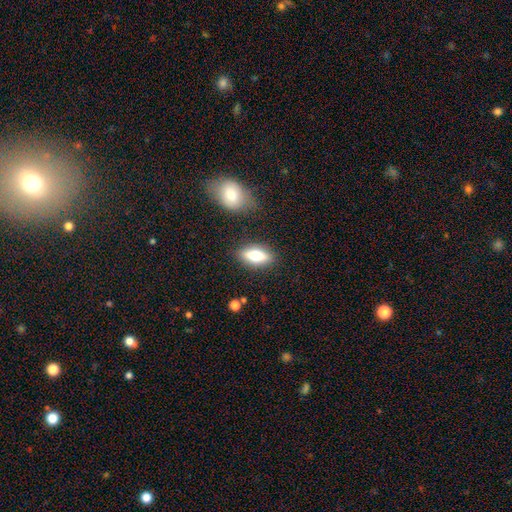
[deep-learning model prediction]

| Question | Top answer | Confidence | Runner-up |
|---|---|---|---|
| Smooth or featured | smooth | 68% | featured or disk (25%) |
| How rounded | in between | 77% | cigar-shaped (19%) |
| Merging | none | 83% | minor disturbance (11%) |